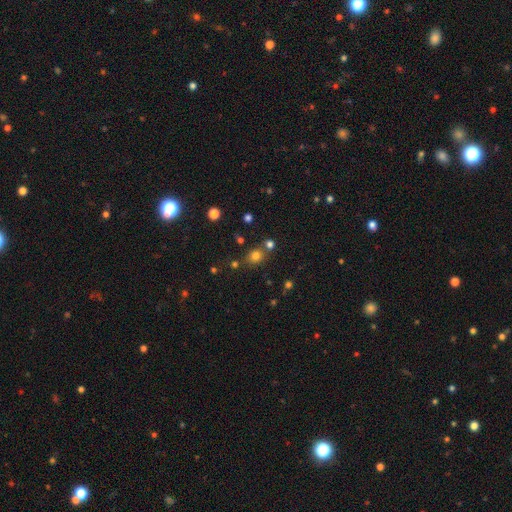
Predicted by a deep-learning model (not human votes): Smooth or featured: smooth — 74% (star or artifact — 18%)
How rounded: round — 71% (in between — 28%)
Merging: none — 72% (merger — 14%)